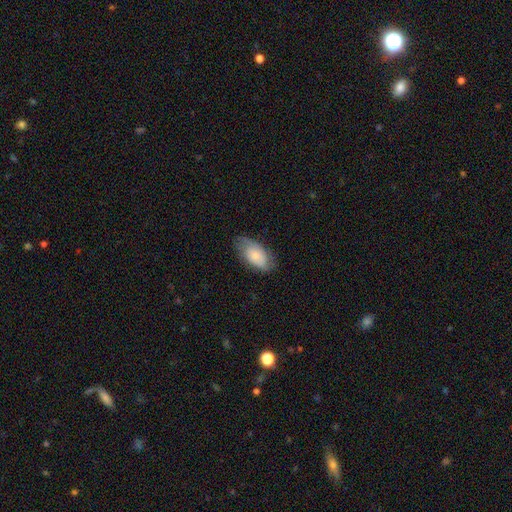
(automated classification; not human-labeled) Smooth or featured?
  - smooth: 67% *
  - featured or disk: 26%
  - star or artifact: 6%
How rounded?
  - in between: 94% *
  - round: 4%
  - cigar-shaped: 3%
Merging?
  - none: 68% *
  - minor disturbance: 24%
  - major disturbance: 7%
  - merger: 1%